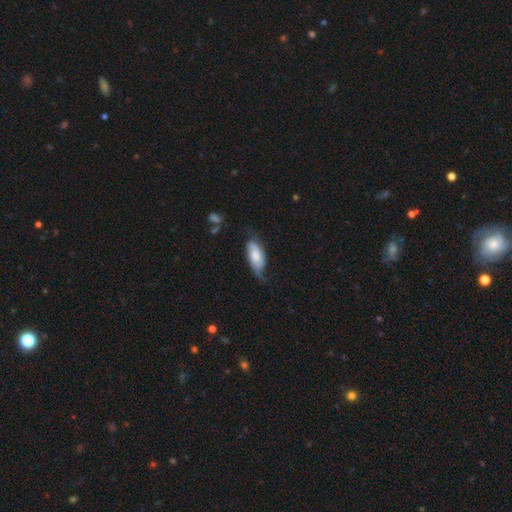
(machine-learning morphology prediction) Smooth or featured? Predicted: featured or disk (p=0.47). Merging? Predicted: none (p=0.45).